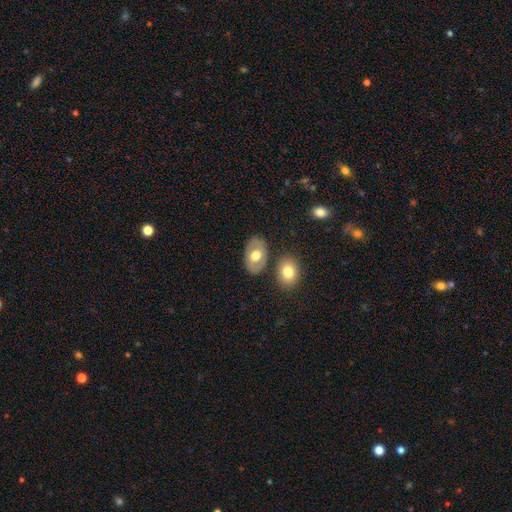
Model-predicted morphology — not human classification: smooth-or-featured: smooth: 54% | featured or disk: 40% | star or artifact: 6%
  how-rounded: in between: 86% | round: 13% | cigar-shaped: 1%
  merging: none: 77% | minor disturbance: 11% | merger: 8% | major disturbance: 3%